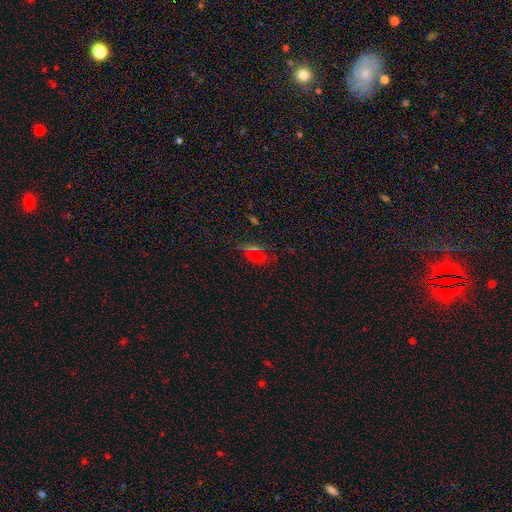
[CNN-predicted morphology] Smooth or featured? smooth (55%)
How rounded? in between (69%)
Merging? none (74%)